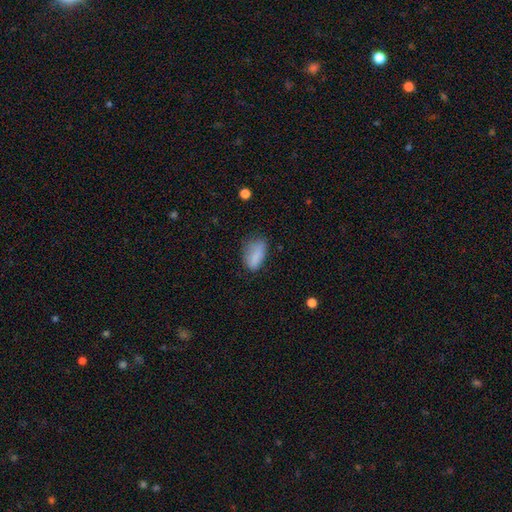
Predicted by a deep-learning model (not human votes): smooth_or_featured: smooth (p=0.82) [alt: star or artifact p=0.09]
how_rounded: in between (p=0.90) [alt: cigar-shaped p=0.06]
merging: none (p=0.52) [alt: minor disturbance p=0.32]